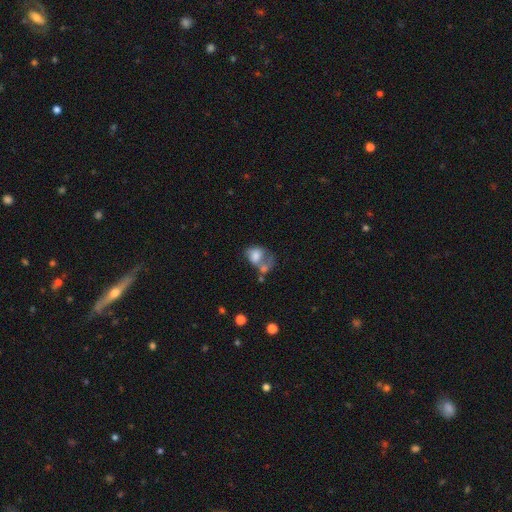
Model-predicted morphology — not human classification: type=smooth (62%); roundness=in between (65%); merging=merger (40%).